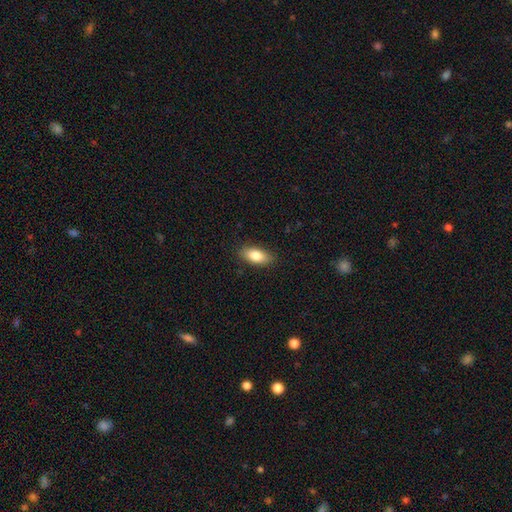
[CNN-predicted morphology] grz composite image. It shows a smooth galaxy with no disk features (82%) that is in between round and cigar-shaped (86%). Merging: none (87%).